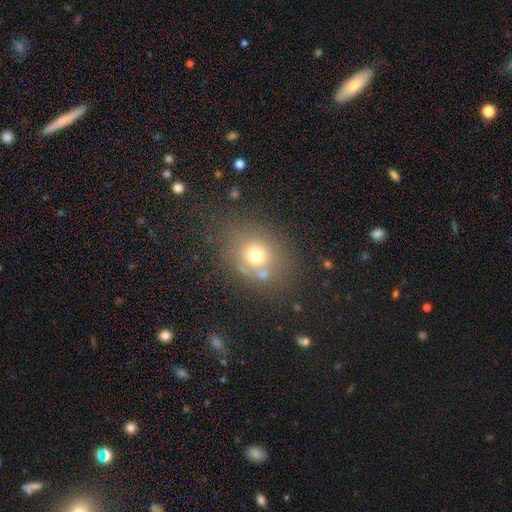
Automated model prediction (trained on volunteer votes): Smooth or featured? Predicted: smooth (p=0.68). How rounded? Predicted: round (p=0.63). Merging? Predicted: none (p=0.66).